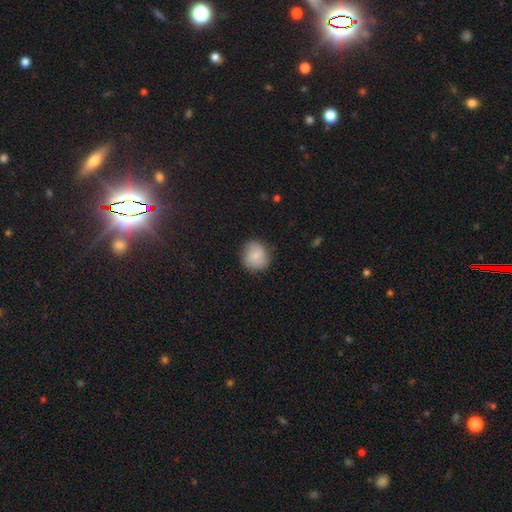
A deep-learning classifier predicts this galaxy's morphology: Smooth or featured? Predicted: smooth (p=0.69). How rounded? Predicted: round (p=0.86). Merging? Predicted: none (p=0.78).